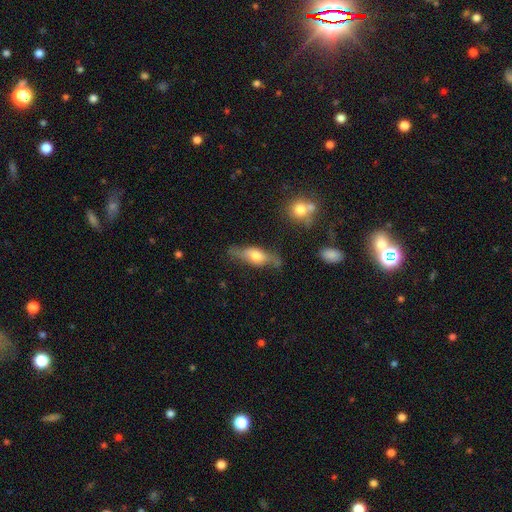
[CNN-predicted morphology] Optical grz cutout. It shows a featured or disk galaxy (52%) viewed edge-on (59%). Merging: none (61%).